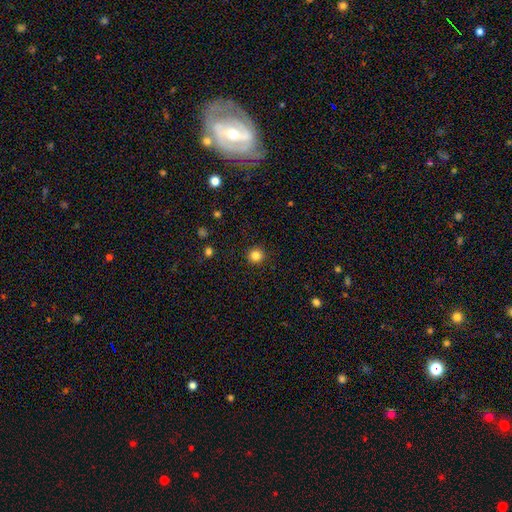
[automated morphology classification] smooth-or-featured: smooth: 84% | star or artifact: 12% | featured or disk: 4%
  how-rounded: round: 94% | in between: 6% | cigar-shaped: 1%
  merging: none: 92% | minor disturbance: 5% | major disturbance: 2% | merger: 1%